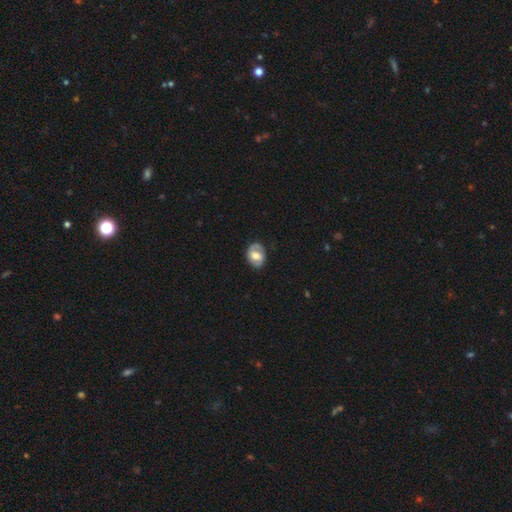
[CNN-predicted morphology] Overall: featured or disk (47%; smooth 46%). Merging: none (74%).